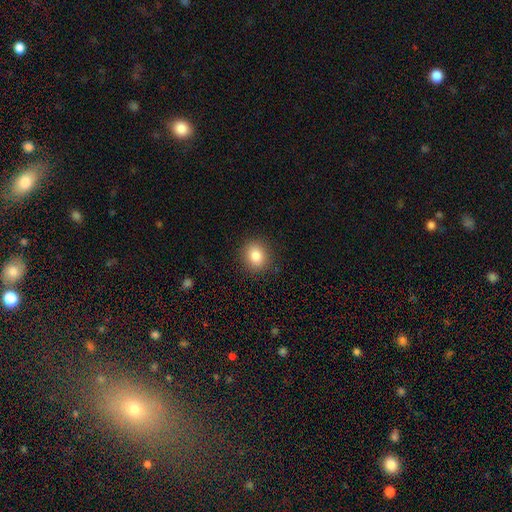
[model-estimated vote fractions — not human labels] Q: Smooth or featured?
A: smooth (84%); runner-up: star or artifact (10%)
Q: How rounded?
A: round (68%); runner-up: in between (31%)
Q: Merging?
A: none (89%); runner-up: minor disturbance (8%)